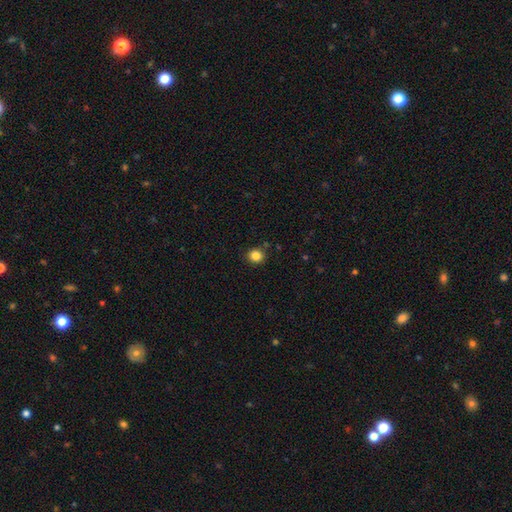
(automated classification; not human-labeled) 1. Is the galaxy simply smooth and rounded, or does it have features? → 84% smooth, 12% star or artifact, 5% featured or disk.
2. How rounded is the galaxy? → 87% round, 12% in between, 1% cigar-shaped.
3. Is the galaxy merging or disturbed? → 87% none, 8% minor disturbance, 3% merger, 2% major disturbance.